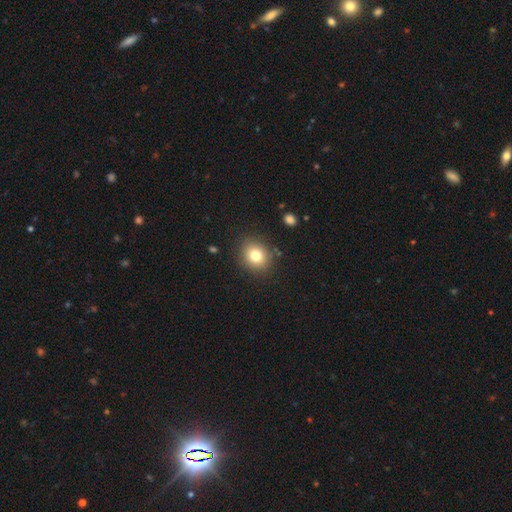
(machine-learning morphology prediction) smooth-or-featured: smooth: 79% | star or artifact: 12% | featured or disk: 10%
  how-rounded: round: 71% | in between: 28% | cigar-shaped: 1%
  merging: none: 86% | minor disturbance: 9% | major disturbance: 3% | merger: 2%